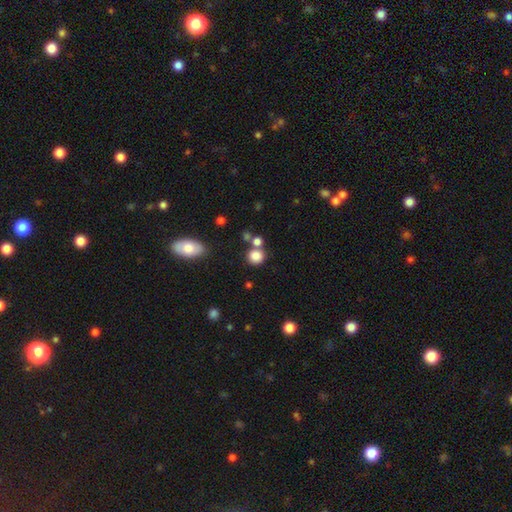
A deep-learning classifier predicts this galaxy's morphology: The model was most divided on "merging": none: 68%, merger: 19%, minor disturbance: 10%, major disturbance: 4%. More confident: how rounded — round (85%); smooth or featured — smooth (83%).